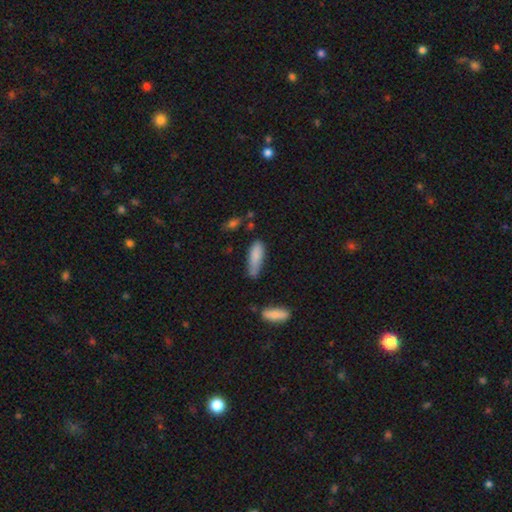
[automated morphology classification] A smooth galaxy with no disk features (83%) that is cigar-shaped (53%). Merging: none (52%).